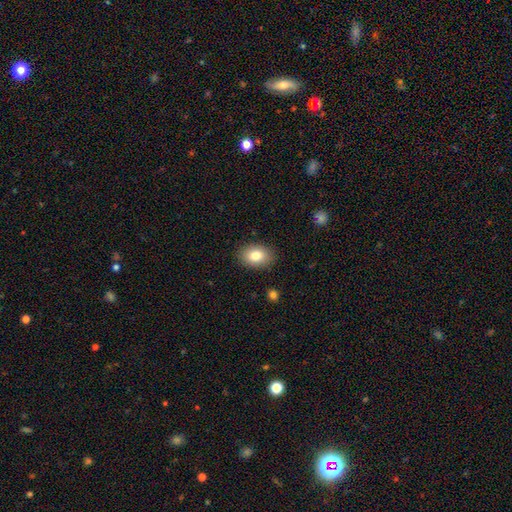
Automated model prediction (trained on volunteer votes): Smooth or featured? Predicted: smooth (p=0.82). How rounded? Predicted: in between (p=0.79). Merging? Predicted: none (p=0.88).